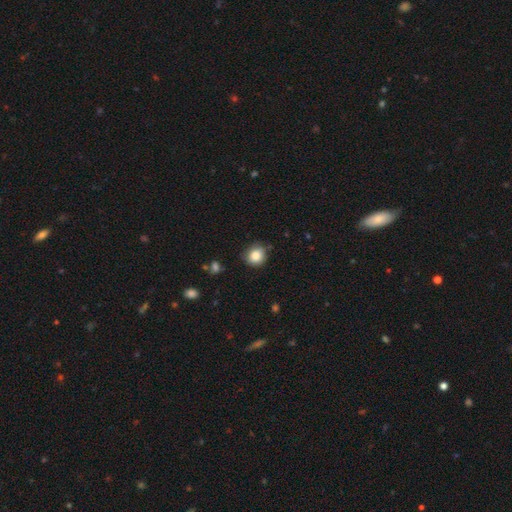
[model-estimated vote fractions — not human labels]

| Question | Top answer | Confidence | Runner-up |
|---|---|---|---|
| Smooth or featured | smooth | 85% | star or artifact (9%) |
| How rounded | round | 83% | in between (16%) |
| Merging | none | 77% | minor disturbance (18%) |